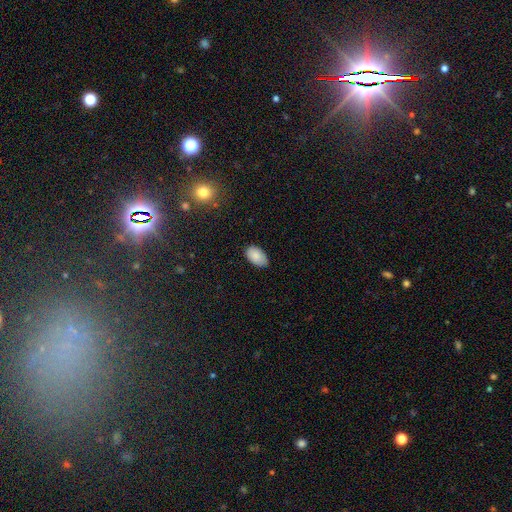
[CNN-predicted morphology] A smooth galaxy with no disk features (86%) that is in between round and cigar-shaped (94%). Merging: none (82%).